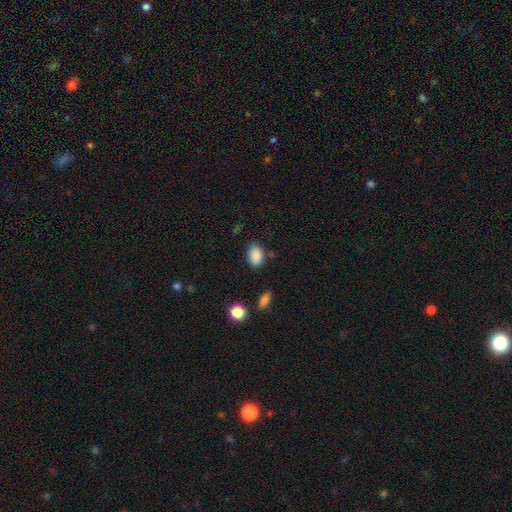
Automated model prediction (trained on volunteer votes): This appears to be a smooth galaxy with no disk features (88%) that is in between round and cigar-shaped (85%). Merging: none (79%).